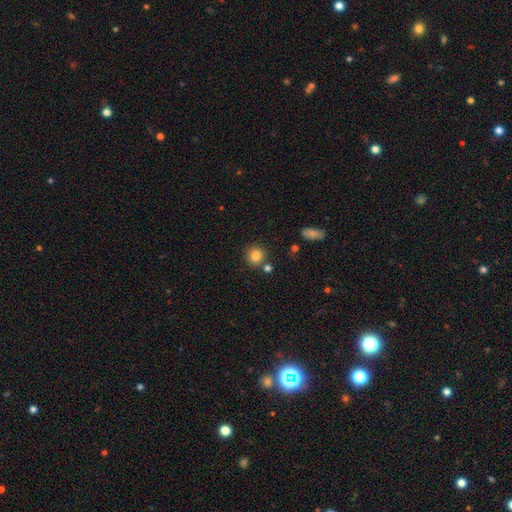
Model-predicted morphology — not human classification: A smooth galaxy with no disk features (83%) that is round (89%).

Vote fractions:
- Smooth or featured? smooth: 83% / star or artifact: 11% / featured or disk: 6%
- How rounded? round: 89% / in between: 10% / cigar-shaped: 1%
- Merging? none: 79% / minor disturbance: 9% / merger: 9% / major disturbance: 3%